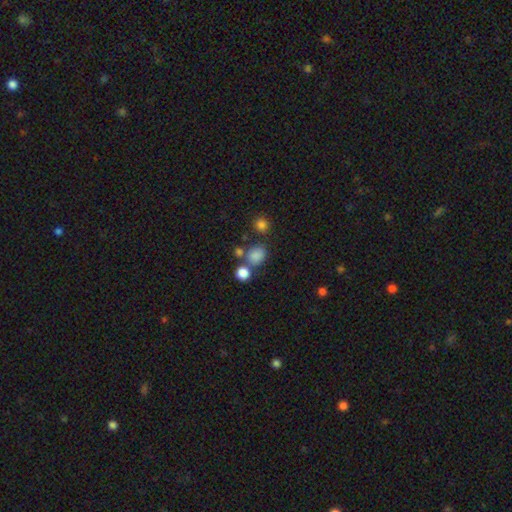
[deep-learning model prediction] Overall: smooth (80%). How rounded: round (62%; in between 37%). Merging: none (61%; merger 22%).